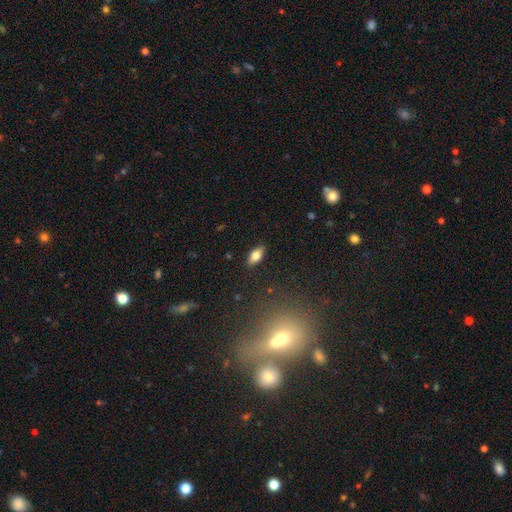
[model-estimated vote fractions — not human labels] Overall: smooth (71%). How rounded: in between (83%). Merging: none (87%).